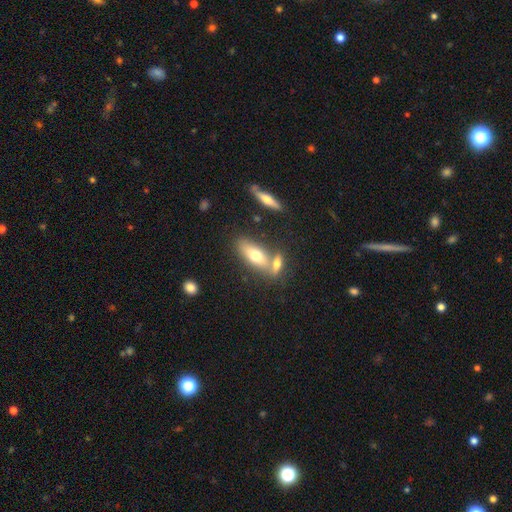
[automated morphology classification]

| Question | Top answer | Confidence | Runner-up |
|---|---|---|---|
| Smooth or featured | smooth | 64% | featured or disk (29%) |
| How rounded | in between | 69% | cigar-shaped (28%) |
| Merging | none | 53% | merger (32%) |